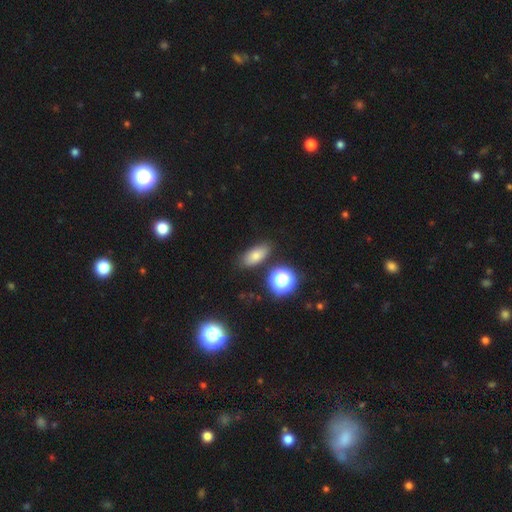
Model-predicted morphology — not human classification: smooth-or-featured: smooth: 71% | star or artifact: 17% | featured or disk: 12%
  how-rounded: in between: 77% | round: 12% | cigar-shaped: 11%
  merging: none: 83% | minor disturbance: 10% | merger: 4% | major disturbance: 3%